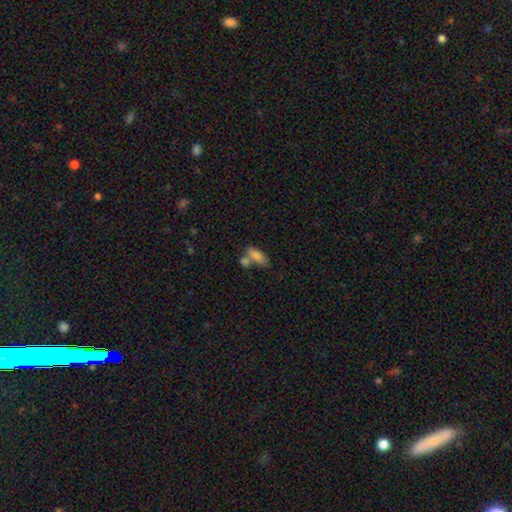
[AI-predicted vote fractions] smooth 56%, star or artifact 24%, featured or disk 20%. Down the decision tree: how rounded — in between (71%); merging — none (51%).